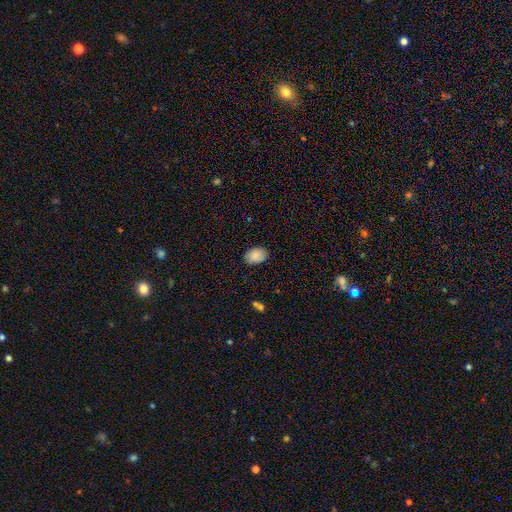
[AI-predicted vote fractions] Smooth or featured: smooth — 89% (star or artifact — 7%)
How rounded: in between — 79% (round — 20%)
Merging: none — 84% (minor disturbance — 12%)